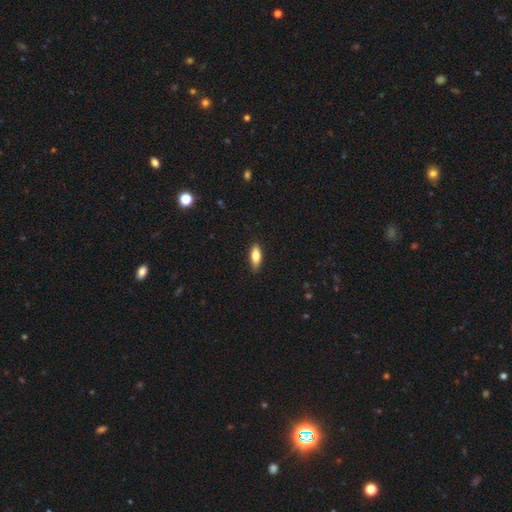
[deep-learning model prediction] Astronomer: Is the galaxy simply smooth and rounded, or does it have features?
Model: smooth — 71%.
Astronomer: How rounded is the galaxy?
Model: in between — 69%.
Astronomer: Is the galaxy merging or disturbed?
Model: none — 88%.